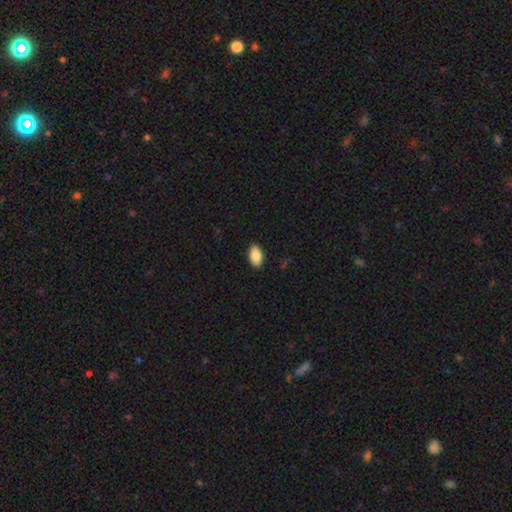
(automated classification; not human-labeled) Overall: smooth (88%). How rounded: in between (94%). Merging: none (90%).